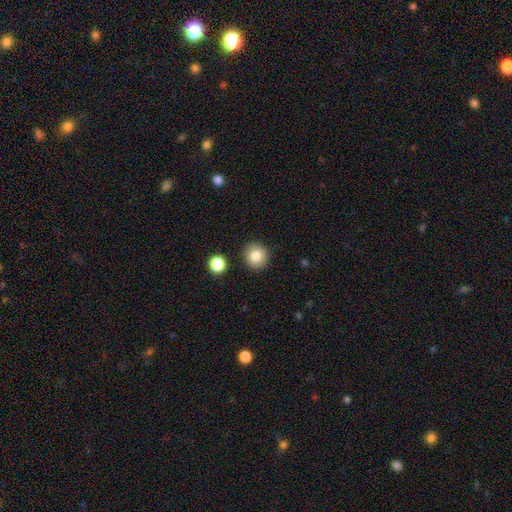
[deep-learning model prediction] A smooth galaxy with no disk features (82%) that is round (90%).

Vote fractions:
- Smooth or featured? smooth: 82% / star or artifact: 10% / featured or disk: 8%
- How rounded? round: 90% / in between: 9% / cigar-shaped: 1%
- Merging? none: 90% / minor disturbance: 6% / merger: 2% / major disturbance: 2%